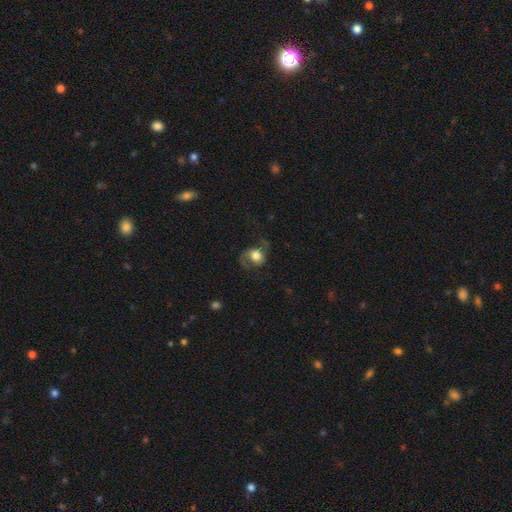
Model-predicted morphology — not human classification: type=featured or disk (47%); merging=none (55%).